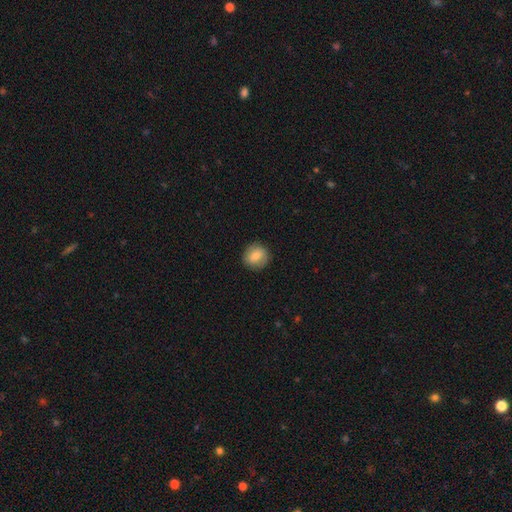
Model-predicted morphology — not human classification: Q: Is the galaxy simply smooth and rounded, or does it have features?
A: smooth — 79%.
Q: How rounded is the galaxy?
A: round — 75%.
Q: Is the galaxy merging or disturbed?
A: none — 87%.